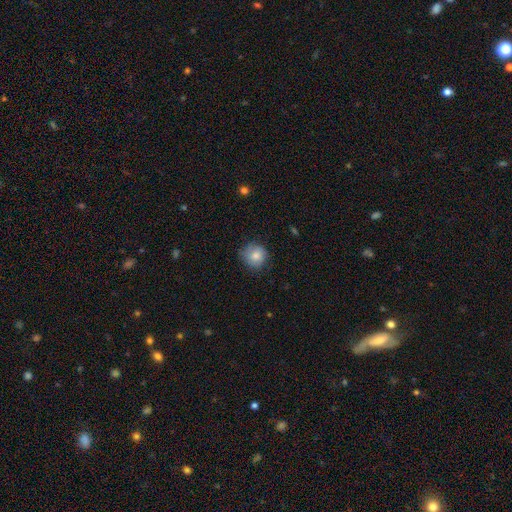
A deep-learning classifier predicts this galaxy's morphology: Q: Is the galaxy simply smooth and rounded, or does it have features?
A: smooth — 80%.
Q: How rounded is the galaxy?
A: round — 89%.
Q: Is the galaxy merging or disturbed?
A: none — 73%.